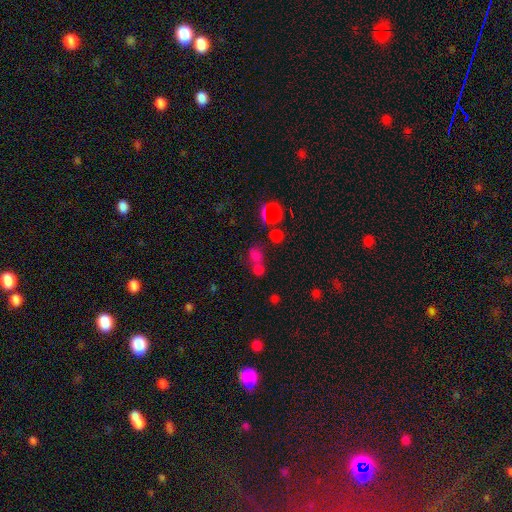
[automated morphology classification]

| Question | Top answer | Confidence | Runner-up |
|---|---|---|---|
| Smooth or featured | smooth | 63% | star or artifact (28%) |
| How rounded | round | 61% | in between (37%) |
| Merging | none | 43% | merger (41%) |